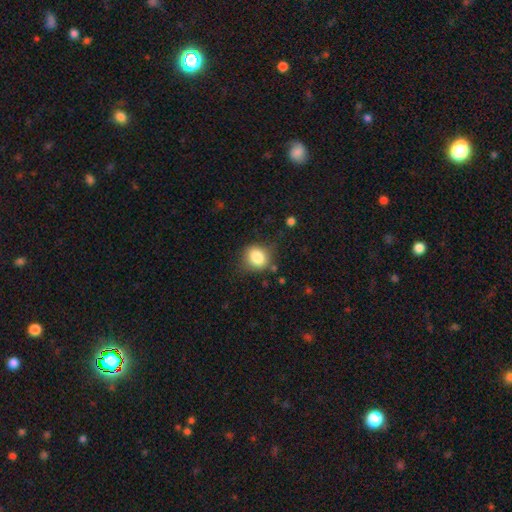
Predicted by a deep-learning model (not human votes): Overall: smooth (83%). How rounded: round (67%; in between 32%). Merging: none (72%).